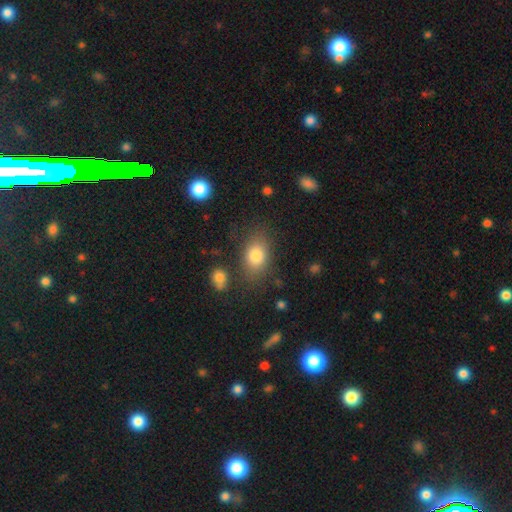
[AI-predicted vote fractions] A smooth galaxy with no disk features (81%) that is in between round and cigar-shaped (79%). Merging: none (75%).